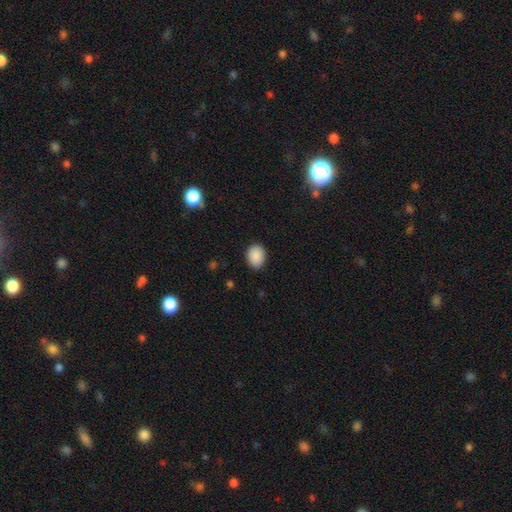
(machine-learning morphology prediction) Smooth or featured? smooth (89%)
How rounded? in between (50%)
Merging? none (87%)